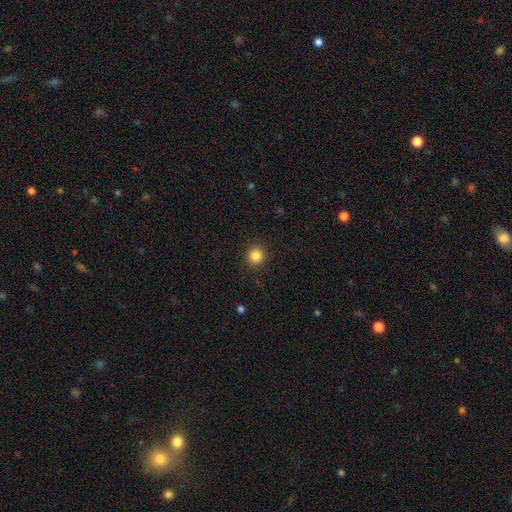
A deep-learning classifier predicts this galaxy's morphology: Overall: smooth (85%). How rounded: round (93%). Merging: none (91%).